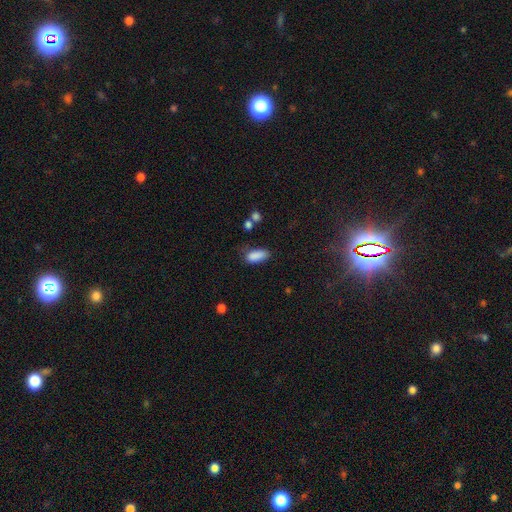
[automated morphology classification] Smooth or featured: smooth — 86% (star or artifact — 9%)
How rounded: in between — 81% (cigar-shaped — 16%)
Merging: none — 62% (minor disturbance — 26%)